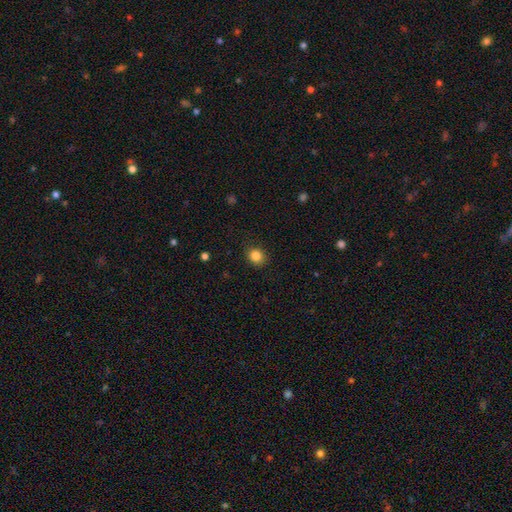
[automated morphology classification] smooth 84%, star or artifact 11%, featured or disk 5%. Down the decision tree: how rounded — round (70%); merging — none (88%).